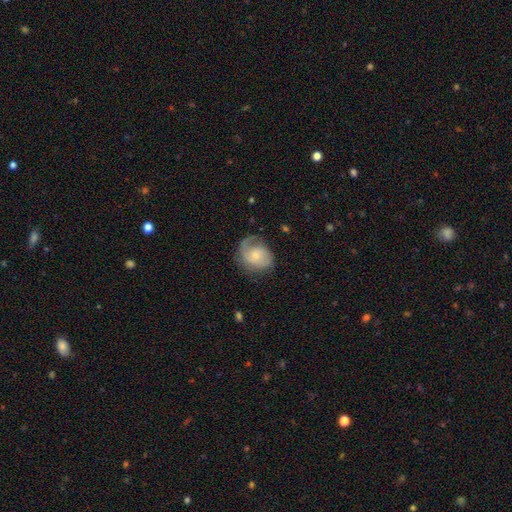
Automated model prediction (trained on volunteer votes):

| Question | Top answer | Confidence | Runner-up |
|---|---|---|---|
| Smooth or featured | featured or disk | 61% | smooth (32%) |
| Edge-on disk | no | 97% | yes (3%) |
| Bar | no | 72% | weak (24%) |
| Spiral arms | yes | 89% | no (11%) |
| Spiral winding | medium | 40% | tight (34%) |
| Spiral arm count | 1 | 53% | 2 (31%) |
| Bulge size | small | 53% | moderate (30%) |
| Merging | none | 55% | minor disturbance (24%) |